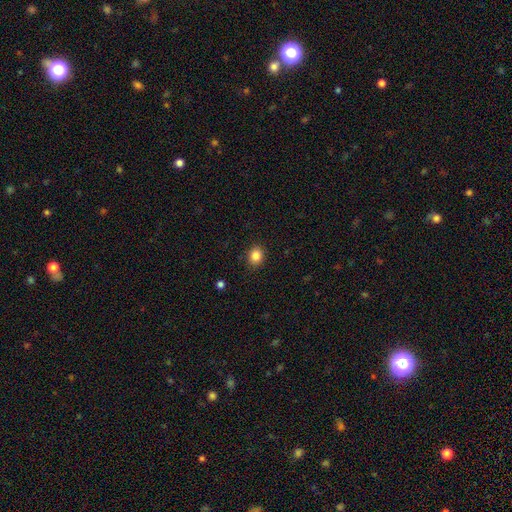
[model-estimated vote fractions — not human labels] smooth-or-featured: smooth: 84% | star or artifact: 11% | featured or disk: 5%
  how-rounded: round: 65% | in between: 34% | cigar-shaped: 1%
  merging: none: 89% | minor disturbance: 8% | major disturbance: 2% | merger: 1%